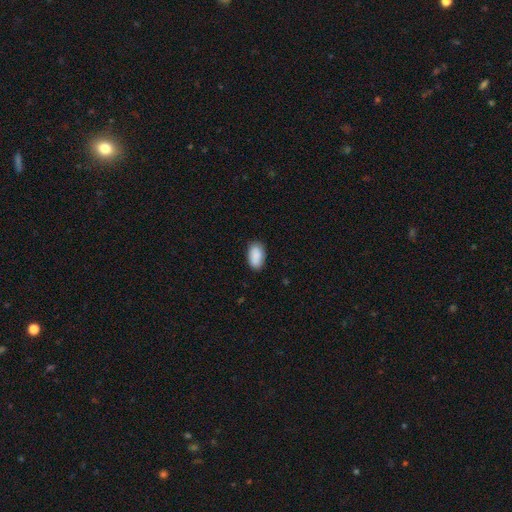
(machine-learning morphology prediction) Smooth or featured: smooth — 89% (star or artifact — 6%)
How rounded: in between — 94% (round — 5%)
Merging: none — 82% (minor disturbance — 14%)